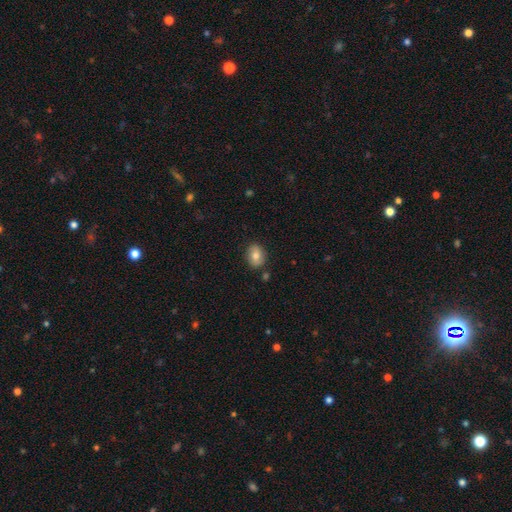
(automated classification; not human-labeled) Overall: smooth (78%). How rounded: in between (60%; round 39%). Merging: none (84%).